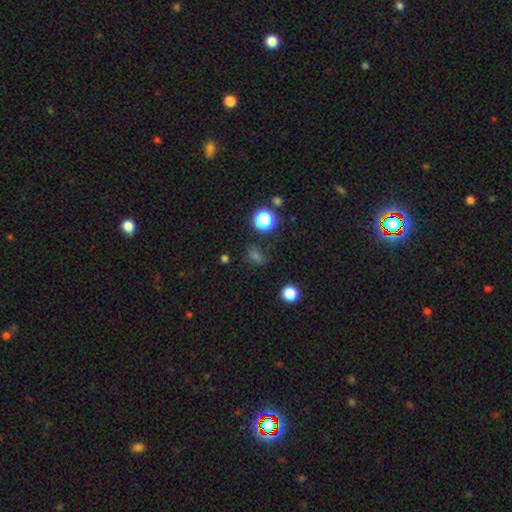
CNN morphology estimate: Smooth or featured?
  - smooth: 59% *
  - star or artifact: 33%
  - featured or disk: 8%
How rounded?
  - round: 49% *
  - in between: 48%
  - cigar-shaped: 3%
Merging?
  - none: 70% *
  - minor disturbance: 17%
  - major disturbance: 8%
  - merger: 4%